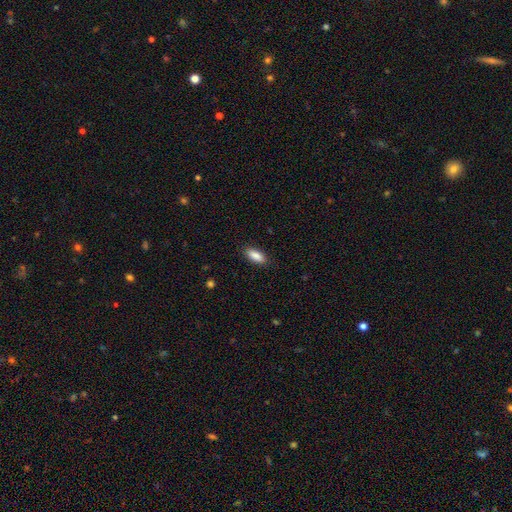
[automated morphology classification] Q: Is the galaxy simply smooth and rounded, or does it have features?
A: smooth — 88%.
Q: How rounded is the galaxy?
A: in between — 78%.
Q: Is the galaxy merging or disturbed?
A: none — 87%.